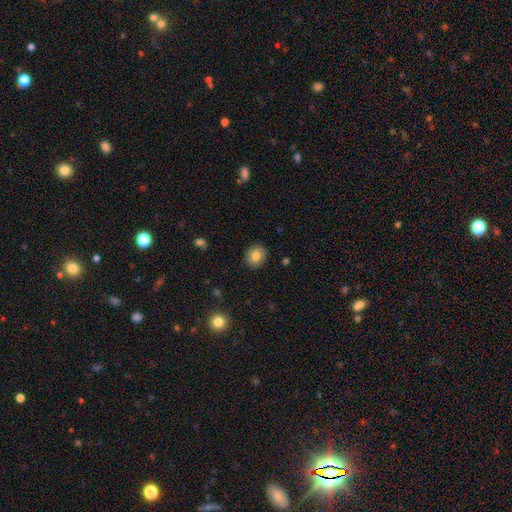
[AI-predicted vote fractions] Smooth or featured?
  - smooth: 79% *
  - featured or disk: 13%
  - star or artifact: 8%
How rounded?
  - round: 73% *
  - in between: 26%
  - cigar-shaped: 1%
Merging?
  - none: 89% *
  - minor disturbance: 8%
  - major disturbance: 2%
  - merger: 1%